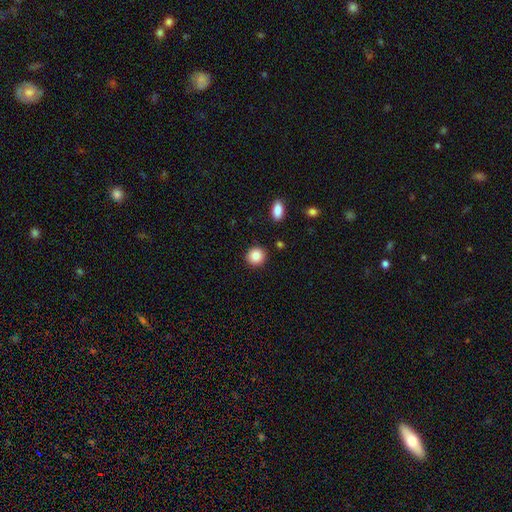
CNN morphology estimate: A smooth galaxy with no disk features (86%) that is round (90%). Merging: none (90%).